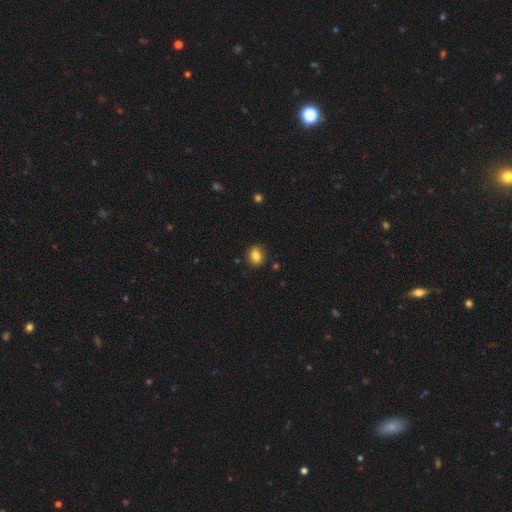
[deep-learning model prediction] This is clearly a smooth galaxy (83%). How rounded: possibly round (56%). Merging: clearly none (85%).